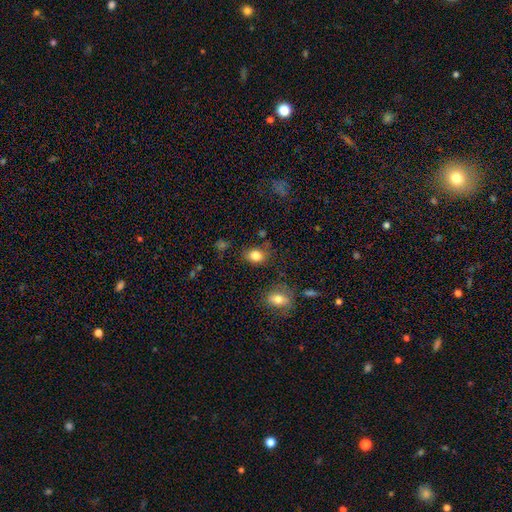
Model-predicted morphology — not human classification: The model was most divided on "how rounded": in between: 63%, round: 36%, cigar-shaped: 1%. More confident: smooth or featured — smooth (83%); merging — none (75%).